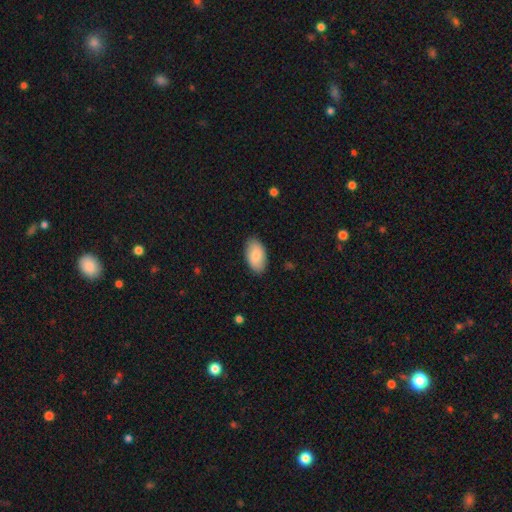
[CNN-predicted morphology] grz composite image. It shows a smooth galaxy with no disk features (82%) that is in between round and cigar-shaped (95%). Merging: none (87%).